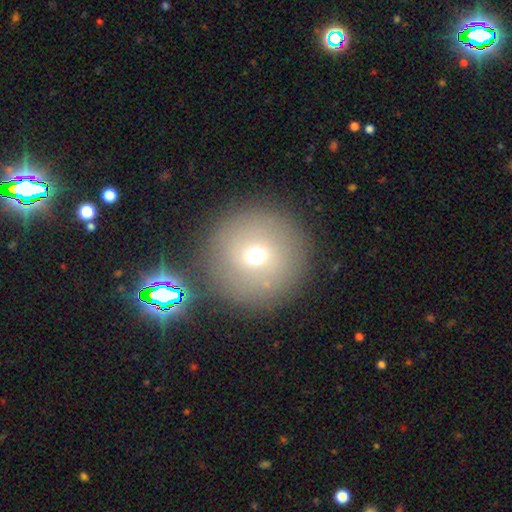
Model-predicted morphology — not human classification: Smooth or featured: smooth — 65% (star or artifact — 18%)
How rounded: round — 96% (in between — 3%)
Merging: none — 82% (minor disturbance — 8%)